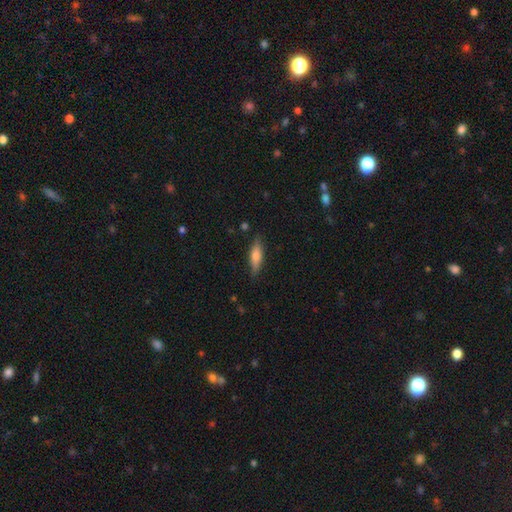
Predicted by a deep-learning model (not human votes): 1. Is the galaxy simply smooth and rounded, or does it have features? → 64% smooth, 29% featured or disk, 7% star or artifact.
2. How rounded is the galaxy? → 61% cigar-shaped, 37% in between, 2% round.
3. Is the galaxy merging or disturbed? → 83% none, 13% minor disturbance, 3% major disturbance, 1% merger.